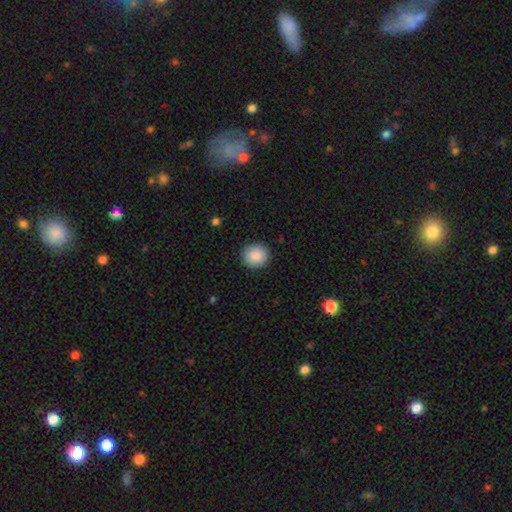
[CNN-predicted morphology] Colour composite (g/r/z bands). It shows a smooth galaxy with no disk features (89%) that is round (88%). Merging: none (90%).